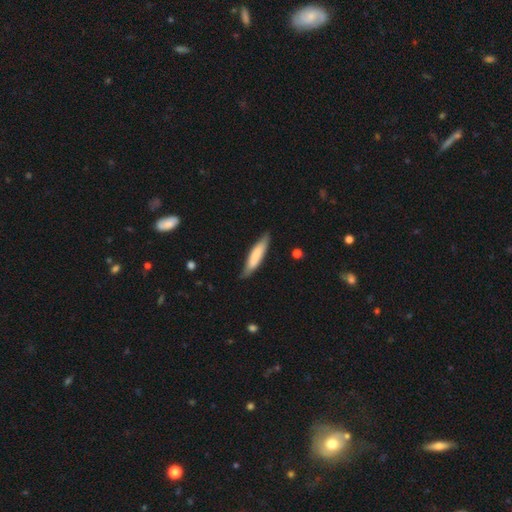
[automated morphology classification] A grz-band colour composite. It shows a smooth galaxy with no disk features (75%) that is cigar-shaped (82%). Merging: none (80%).